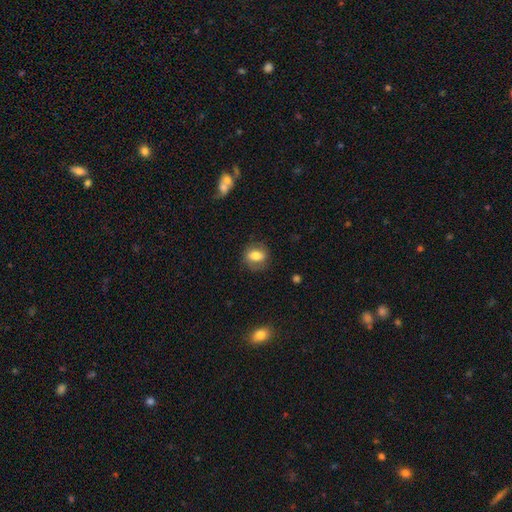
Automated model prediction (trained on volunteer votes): Smooth or featured: smooth — 70% (featured or disk — 22%)
How rounded: in between — 54% (round — 44%)
Merging: none — 78% (minor disturbance — 15%)